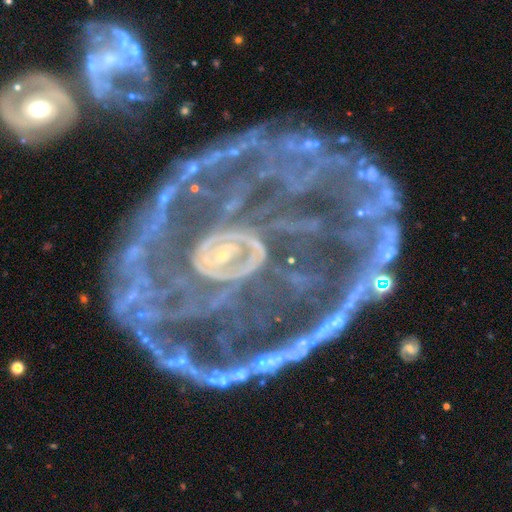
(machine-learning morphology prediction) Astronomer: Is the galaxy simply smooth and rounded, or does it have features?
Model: featured or disk — 55% (runner-up: star or artifact, 35%).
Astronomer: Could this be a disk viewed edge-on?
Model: no — 90%.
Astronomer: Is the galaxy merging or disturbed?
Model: none — 46% (runner-up: major disturbance, 26%).